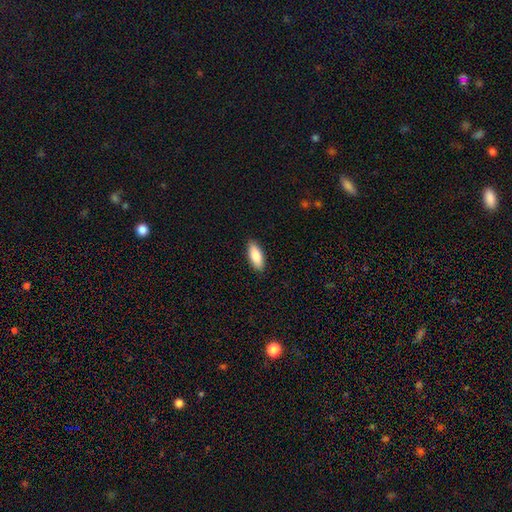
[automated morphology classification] This appears to be a smooth galaxy with no disk features (85%) that is in between round and cigar-shaped (79%). Merging: none (89%).